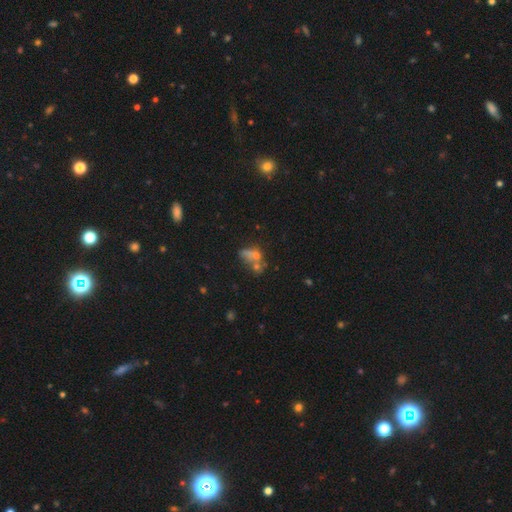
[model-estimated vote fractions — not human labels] Smooth or featured? smooth (50%)
How rounded? in between (61%)
Merging? merger (43%)